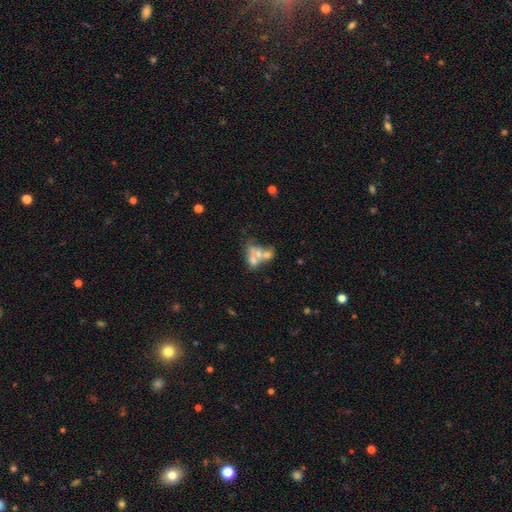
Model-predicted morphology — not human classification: featured or disk 44%, smooth 43%, star or artifact 13%. Down the decision tree: merging — merger (61%).